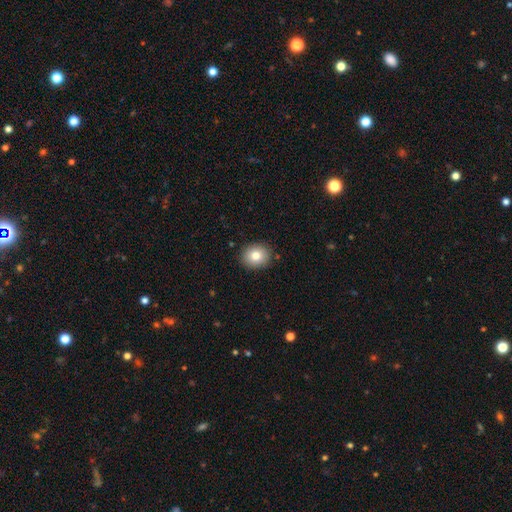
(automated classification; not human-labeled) smooth 81%, star or artifact 10%, featured or disk 10%. Down the decision tree: how rounded — round (71%); merging — none (90%).